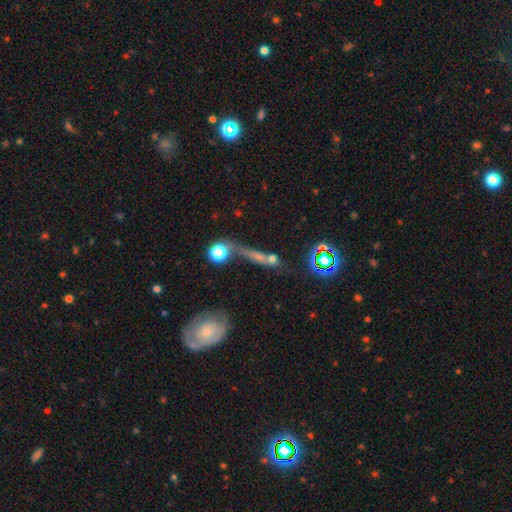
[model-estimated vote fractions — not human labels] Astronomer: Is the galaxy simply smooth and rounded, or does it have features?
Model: featured or disk — 39% (runner-up: smooth, 37%).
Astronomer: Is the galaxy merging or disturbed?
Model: none — 41% (runner-up: merger, 24%).